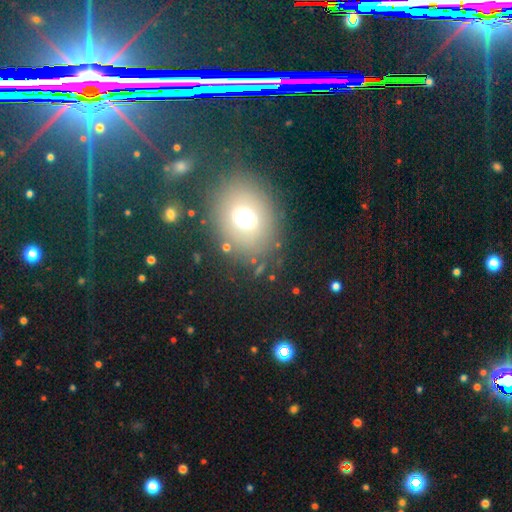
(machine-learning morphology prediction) A smooth galaxy with no disk features (46%). Merging: none (83%).